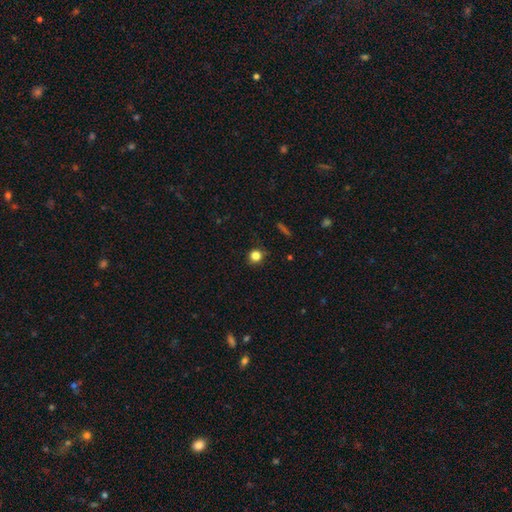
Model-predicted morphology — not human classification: A smooth galaxy with no disk features (82%) that is round (90%).

Vote fractions:
- Smooth or featured? smooth: 82% / star or artifact: 13% / featured or disk: 5%
- How rounded? round: 90% / in between: 8% / cigar-shaped: 1%
- Merging? none: 86% / minor disturbance: 10% / major disturbance: 2% / merger: 1%